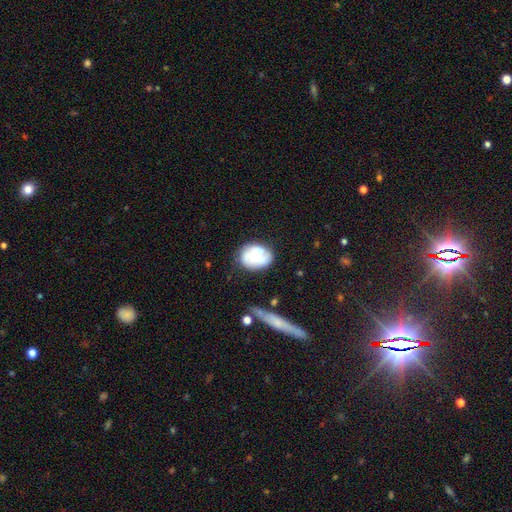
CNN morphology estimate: This appears to be a smooth galaxy with no disk features (50%). Merging: none (62%).